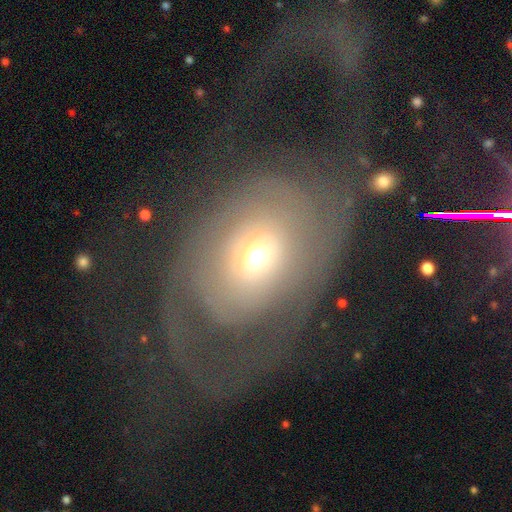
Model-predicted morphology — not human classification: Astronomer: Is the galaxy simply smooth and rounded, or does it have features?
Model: featured or disk — 64%.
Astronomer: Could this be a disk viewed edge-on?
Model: no — 95%.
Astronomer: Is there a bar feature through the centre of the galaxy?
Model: no — 82%.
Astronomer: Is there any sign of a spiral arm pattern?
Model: yes — 63%.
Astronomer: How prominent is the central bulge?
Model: moderate — 50% (runner-up: small, 40%).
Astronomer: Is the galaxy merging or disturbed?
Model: major disturbance — 46% (runner-up: none, 36%).